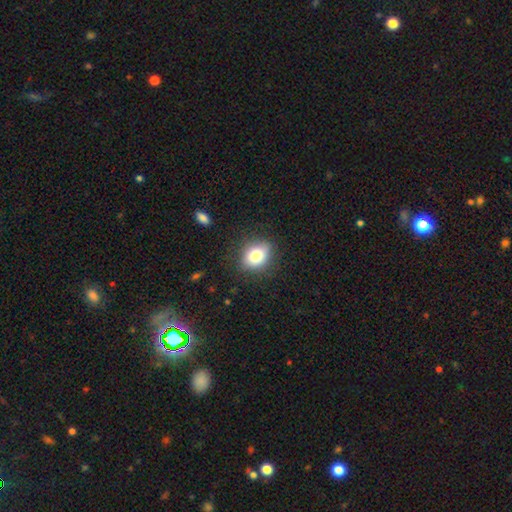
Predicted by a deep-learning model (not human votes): Smooth or featured?
  - smooth: 80% *
  - featured or disk: 10%
  - star or artifact: 9%
How rounded?
  - in between: 58% *
  - round: 41%
  - cigar-shaped: 1%
Merging?
  - none: 83% *
  - minor disturbance: 12%
  - major disturbance: 3%
  - merger: 1%